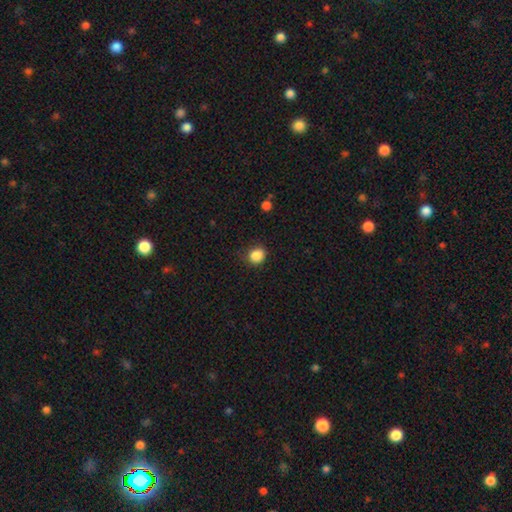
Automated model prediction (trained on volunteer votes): A smooth galaxy with no disk features (87%) that is round (70%). Merging: none (75%).